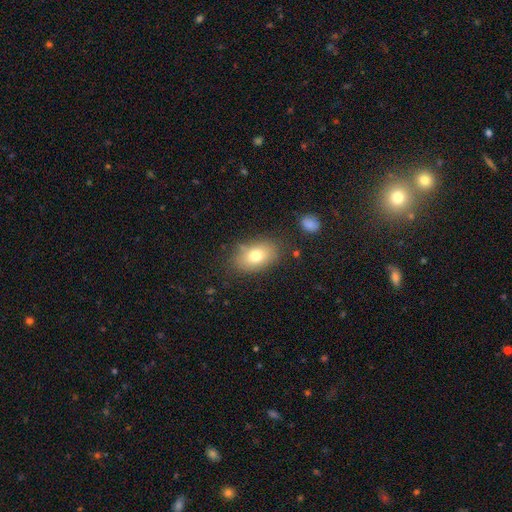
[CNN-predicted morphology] Smooth or featured: smooth — 76% (featured or disk — 15%)
How rounded: in between — 86% (round — 13%)
Merging: none — 78% (minor disturbance — 14%)